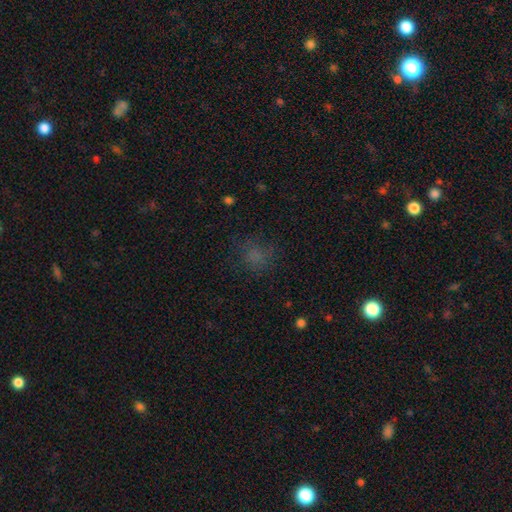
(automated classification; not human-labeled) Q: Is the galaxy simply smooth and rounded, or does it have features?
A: smooth — 66%.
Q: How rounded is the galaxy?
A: round — 78%.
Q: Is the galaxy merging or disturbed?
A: none — 71%.